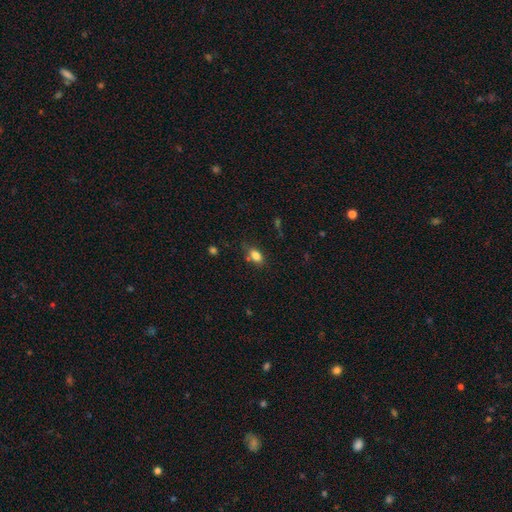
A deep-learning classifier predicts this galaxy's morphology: This appears to be a smooth galaxy with no disk features (82%) that is in between round and cigar-shaped (84%). Merging: none (70%).